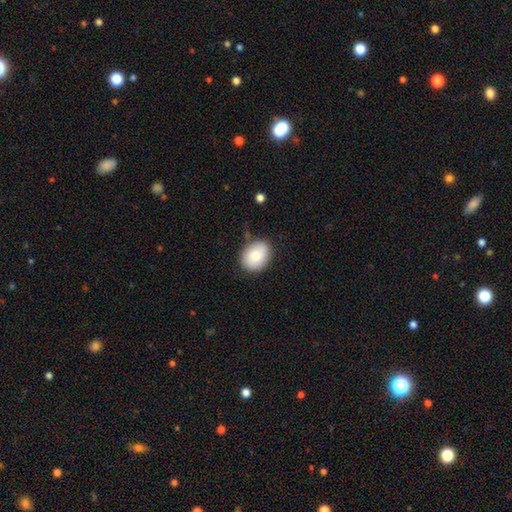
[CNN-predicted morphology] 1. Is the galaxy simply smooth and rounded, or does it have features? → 83% smooth, 10% featured or disk, 7% star or artifact.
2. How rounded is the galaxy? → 59% in between, 40% round, 1% cigar-shaped.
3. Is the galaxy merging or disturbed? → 79% none, 16% minor disturbance, 3% major disturbance, 2% merger.